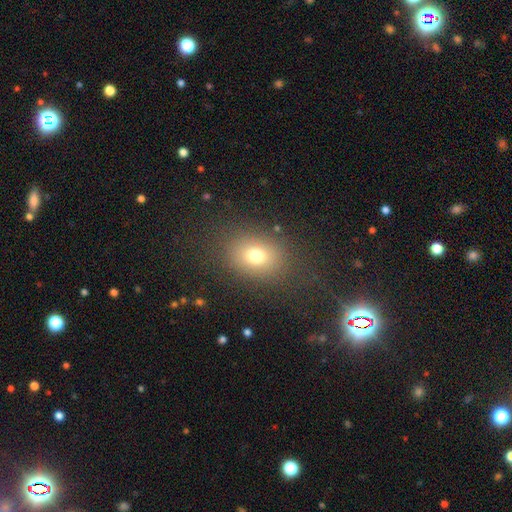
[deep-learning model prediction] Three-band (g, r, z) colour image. It shows a smooth galaxy with no disk features (73%) that is in between round and cigar-shaped (57%). Merging: none (81%).